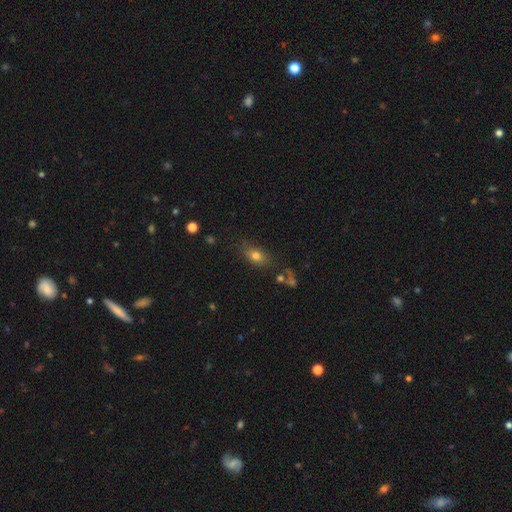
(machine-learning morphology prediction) A smooth galaxy with no disk features (75%) that is in between round and cigar-shaped (75%). Merging: none (71%).